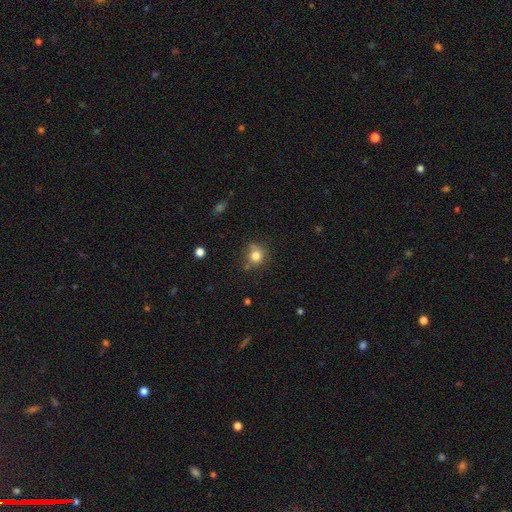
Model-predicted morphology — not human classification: smooth-or-featured: smooth: 80% | star or artifact: 12% | featured or disk: 8%
  how-rounded: round: 84% | in between: 15% | cigar-shaped: 1%
  merging: none: 66% | minor disturbance: 21% | merger: 7% | major disturbance: 6%